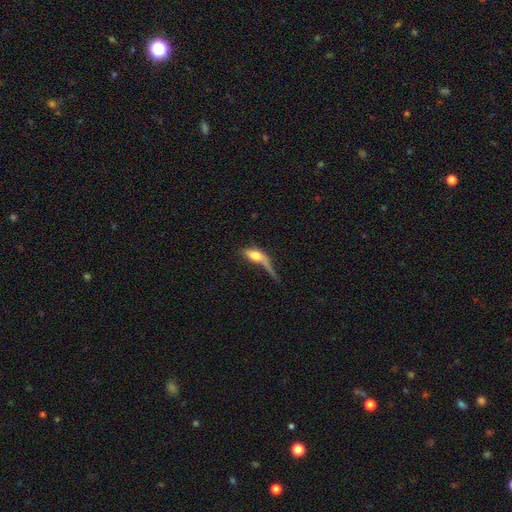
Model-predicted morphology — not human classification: A smooth galaxy with no disk features (58%) that is in between round and cigar-shaped (58%).

Vote fractions:
- Smooth or featured? smooth: 58% / featured or disk: 33% / star or artifact: 9%
- How rounded? in between: 58% / cigar-shaped: 34% / round: 8%
- Merging? major disturbance: 42% / none: 25% / minor disturbance: 20% / merger: 13%